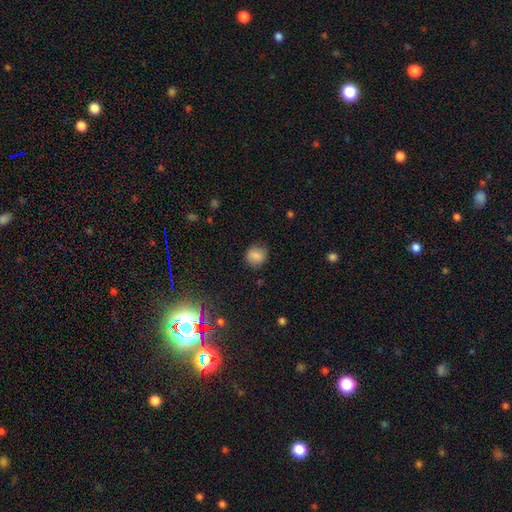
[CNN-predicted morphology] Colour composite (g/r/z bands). It shows a smooth galaxy with no disk features (83%) that is round (82%). Merging: none (80%).